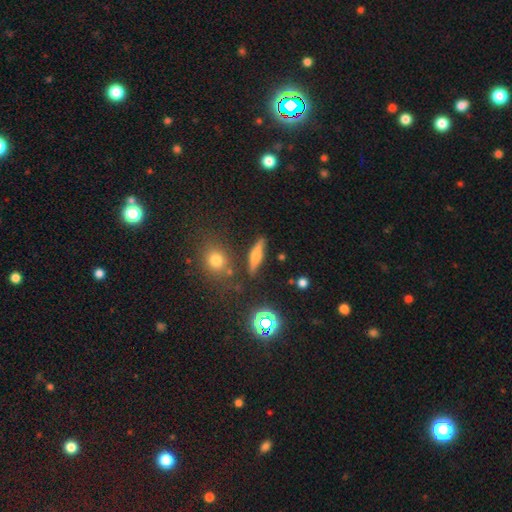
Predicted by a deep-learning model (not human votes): A featured or disk galaxy (52%) viewed edge-on (92%).

Vote fractions:
- Smooth or featured? featured or disk: 52% / smooth: 35% / star or artifact: 13%
- Edge-on disk? yes: 92% / no: 8%
- Merging? none: 81% / minor disturbance: 11% / merger: 5% / major disturbance: 3%